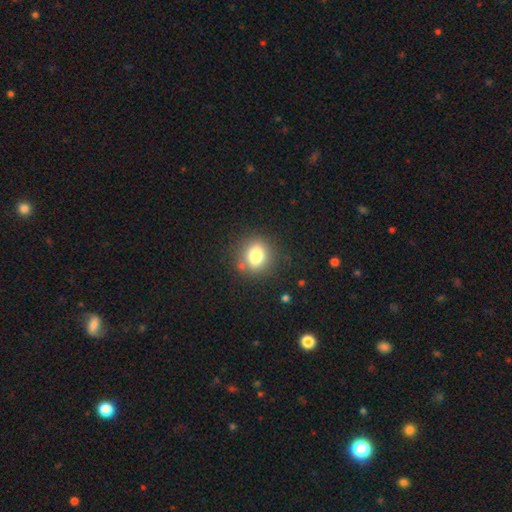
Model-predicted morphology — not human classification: A smooth galaxy with no disk features (80%) that is round (70%).

Vote fractions:
- Smooth or featured? smooth: 80% / star or artifact: 11% / featured or disk: 9%
- How rounded? round: 70% / in between: 29% / cigar-shaped: 1%
- Merging? none: 81% / minor disturbance: 12% / major disturbance: 4% / merger: 4%